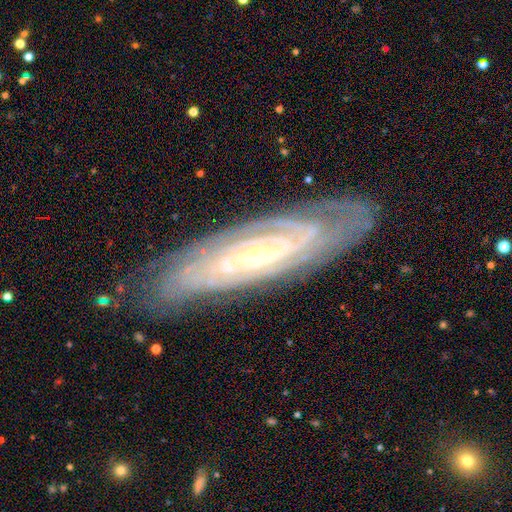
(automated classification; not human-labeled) Morphology: type=featured or disk (86%); edge-on=no (82%); bar=no (57%); spiral arms=yes (96%); winding=tight (79%); arm count=can't tell (42%); bulge=small (74%); merging=none (81%).